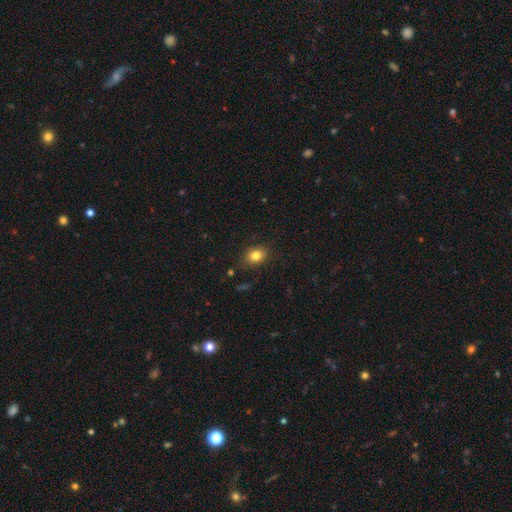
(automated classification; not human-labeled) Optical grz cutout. It shows a smooth galaxy with no disk features (81%) that is in between round and cigar-shaped (54%). Merging: none (81%).